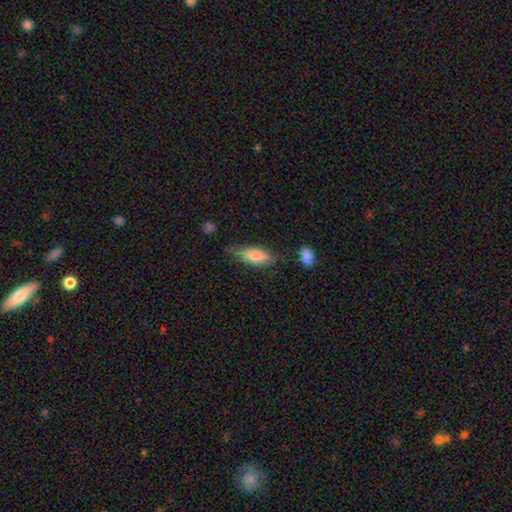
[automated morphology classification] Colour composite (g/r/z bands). It shows a smooth galaxy with no disk features (75%) that is in between round and cigar-shaped (60%). Merging: none (59%).